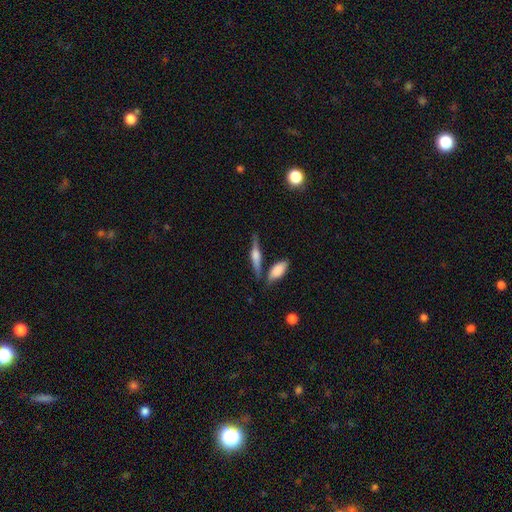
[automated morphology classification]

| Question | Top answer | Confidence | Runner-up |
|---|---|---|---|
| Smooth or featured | featured or disk | 60% | smooth (33%) |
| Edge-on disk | yes | 95% | no (5%) |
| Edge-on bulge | rounded | 81% | boxy (14%) |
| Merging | none | 74% | minor disturbance (13%) |